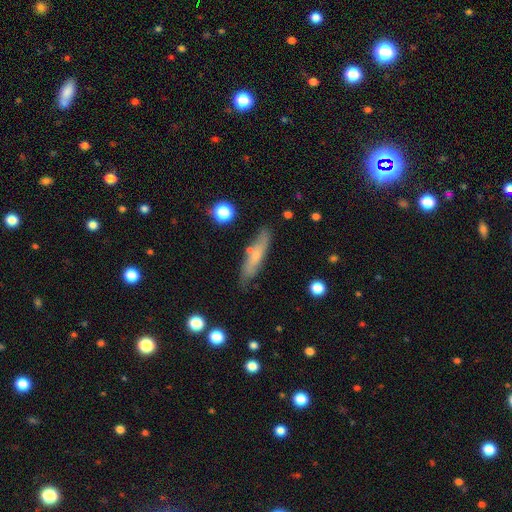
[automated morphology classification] Smooth or featured? Predicted: smooth (p=0.59). How rounded? Predicted: cigar-shaped (p=0.79). Merging? Predicted: none (p=0.75).